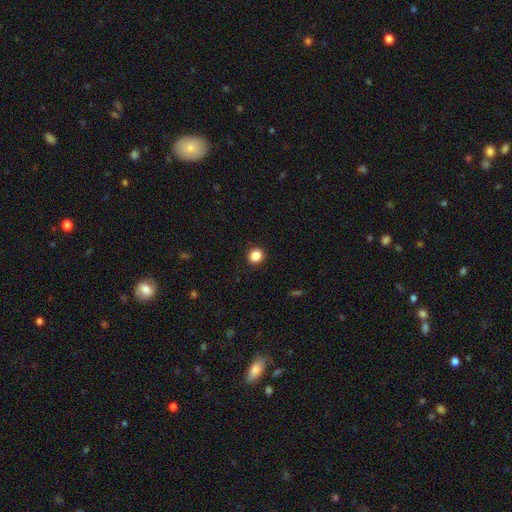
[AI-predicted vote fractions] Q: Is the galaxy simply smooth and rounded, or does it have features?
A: smooth — 86%.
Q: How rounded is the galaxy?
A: round — 89%.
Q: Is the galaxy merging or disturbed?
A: none — 92%.